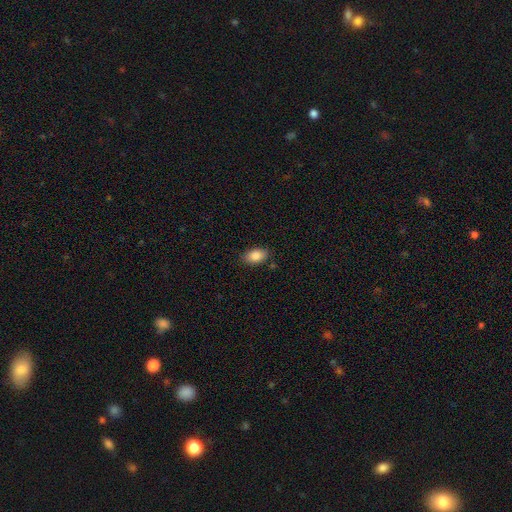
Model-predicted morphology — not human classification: Q: Smooth or featured?
A: smooth (86%); runner-up: star or artifact (7%)
Q: How rounded?
A: in between (92%); runner-up: round (7%)
Q: Merging?
A: none (86%); runner-up: minor disturbance (11%)